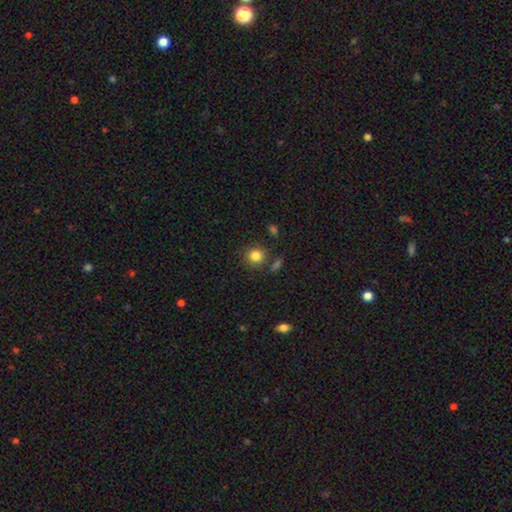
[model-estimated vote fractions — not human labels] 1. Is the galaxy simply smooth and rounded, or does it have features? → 83% smooth, 11% star or artifact, 5% featured or disk.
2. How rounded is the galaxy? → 87% round, 12% in between, 1% cigar-shaped.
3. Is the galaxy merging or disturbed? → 81% none, 10% minor disturbance, 6% merger, 3% major disturbance.